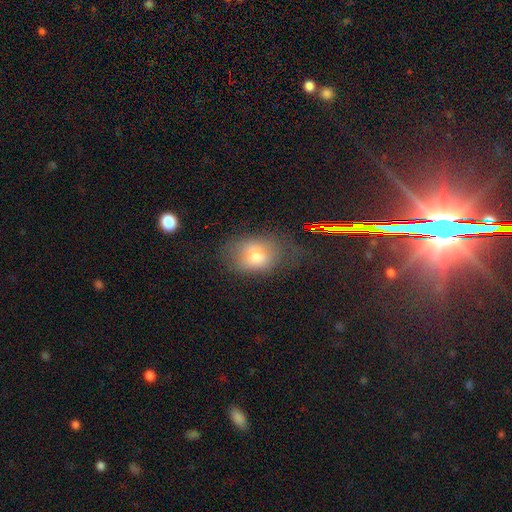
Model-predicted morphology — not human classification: Q: Smooth or featured?
A: smooth (75%); runner-up: featured or disk (14%)
Q: How rounded?
A: in between (77%); runner-up: round (22%)
Q: Merging?
A: none (57%); runner-up: minor disturbance (26%)